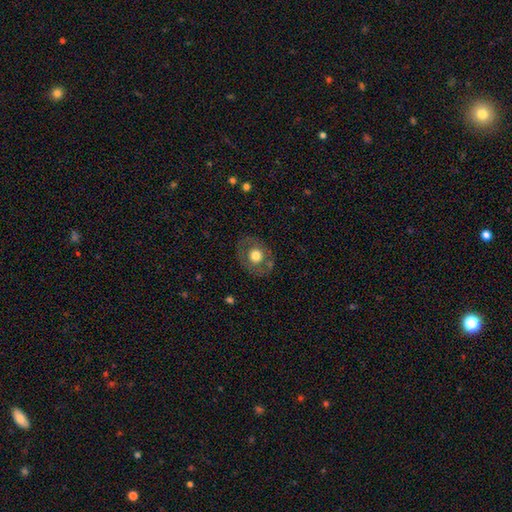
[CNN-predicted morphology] Smooth or featured?
  - smooth: 58% *
  - featured or disk: 34%
  - star or artifact: 7%
How rounded?
  - round: 63% *
  - in between: 36%
  - cigar-shaped: 1%
Merging?
  - none: 80% *
  - minor disturbance: 13%
  - major disturbance: 6%
  - merger: 2%